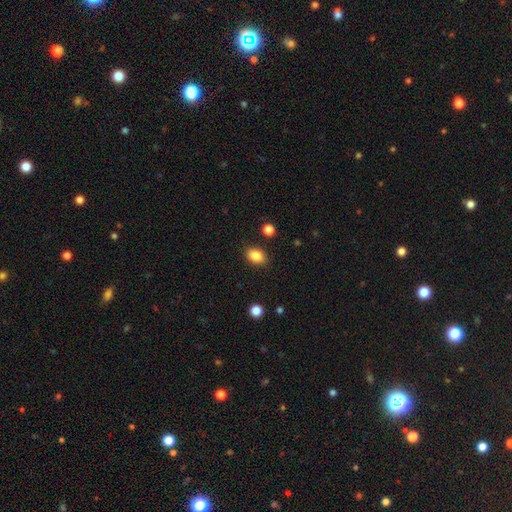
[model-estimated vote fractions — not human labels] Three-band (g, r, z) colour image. It shows a smooth galaxy with no disk features (87%) that is in between round and cigar-shaped (77%). Merging: none (86%).